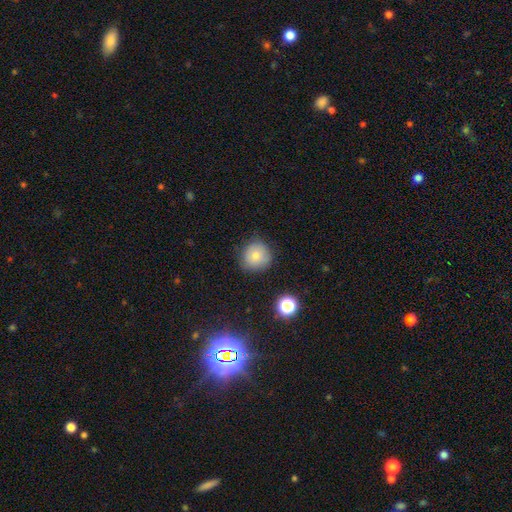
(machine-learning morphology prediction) Smooth or featured?
  - smooth: 76% *
  - featured or disk: 12%
  - star or artifact: 11%
How rounded?
  - round: 91% *
  - in between: 8%
  - cigar-shaped: 1%
Merging?
  - none: 81% *
  - minor disturbance: 14%
  - major disturbance: 3%
  - merger: 2%